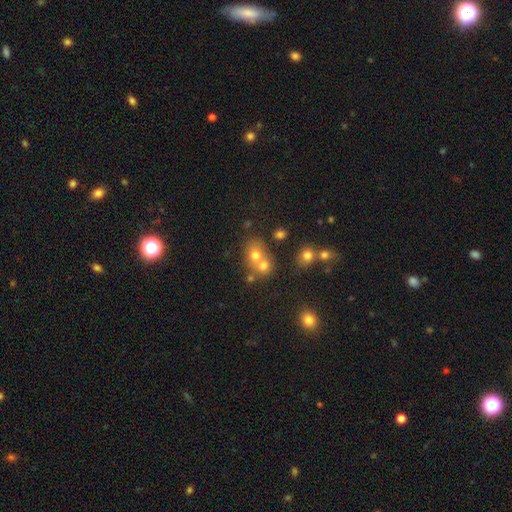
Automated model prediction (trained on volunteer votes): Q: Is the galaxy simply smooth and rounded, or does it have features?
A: smooth — 65%.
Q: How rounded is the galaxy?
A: round — 63%.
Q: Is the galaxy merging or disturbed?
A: merger — 55%.